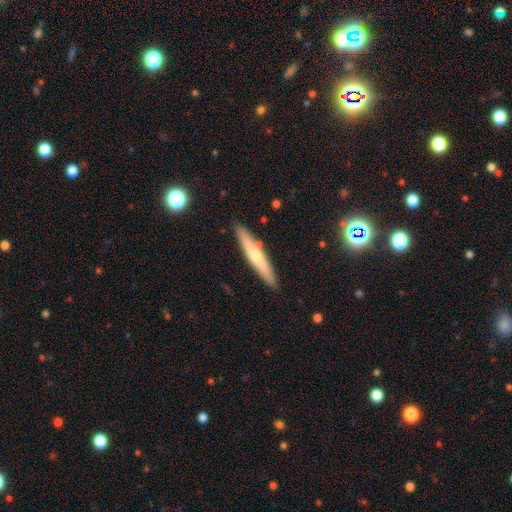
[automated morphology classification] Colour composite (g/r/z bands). It shows a smooth galaxy with no disk features (51%) that is cigar-shaped (91%). Merging: none (85%).